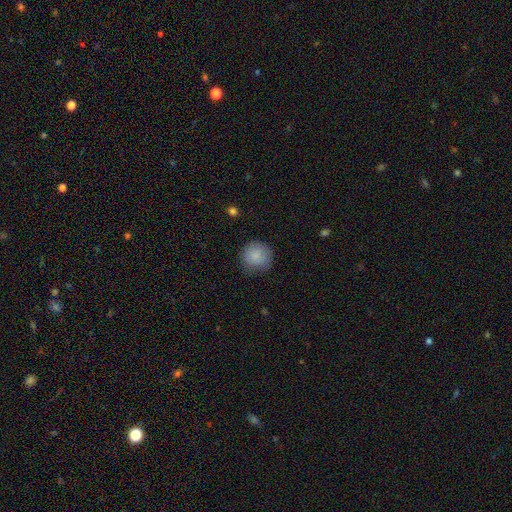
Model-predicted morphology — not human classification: smooth 86%, star or artifact 7%, featured or disk 7%. Down the decision tree: how rounded — round (92%); merging — none (77%).